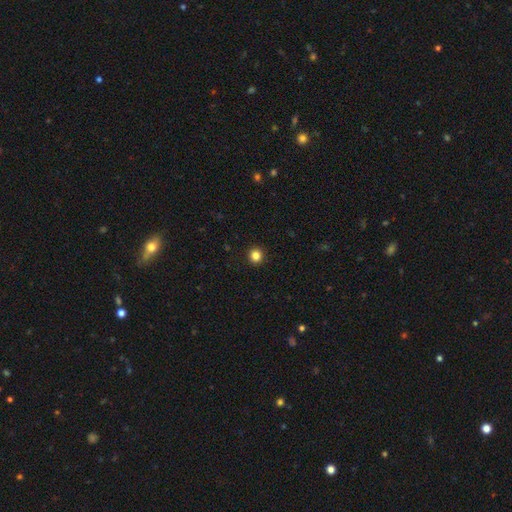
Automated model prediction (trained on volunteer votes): Smooth or featured? Predicted: smooth (p=0.84). How rounded? Predicted: round (p=0.94). Merging? Predicted: none (p=0.93).